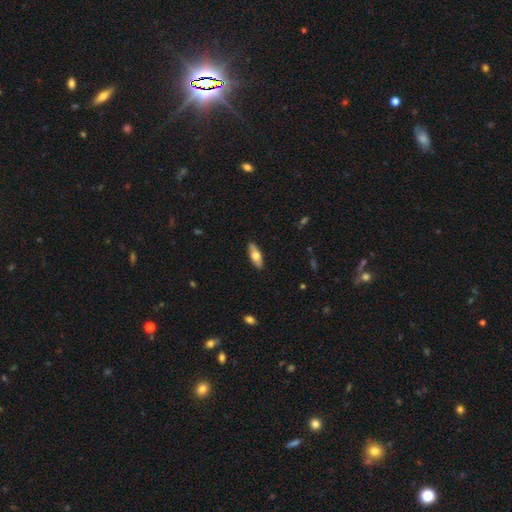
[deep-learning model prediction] Q: Smooth or featured?
A: smooth (59%); runner-up: featured or disk (35%)
Q: How rounded?
A: in between (71%); runner-up: cigar-shaped (26%)
Q: Merging?
A: none (87%); runner-up: minor disturbance (10%)